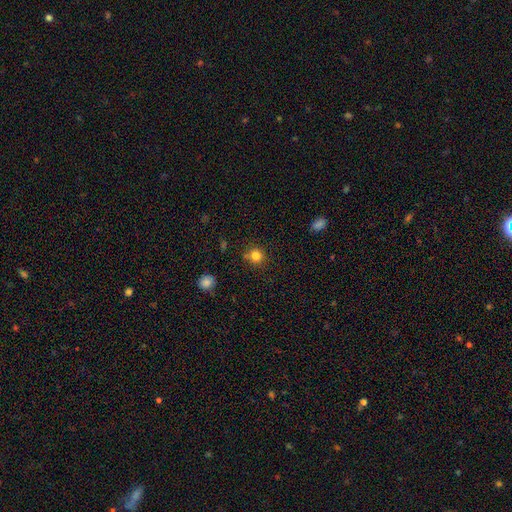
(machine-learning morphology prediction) This appears to be a smooth galaxy with no disk features (82%) that is round (90%). Merging: none (79%).